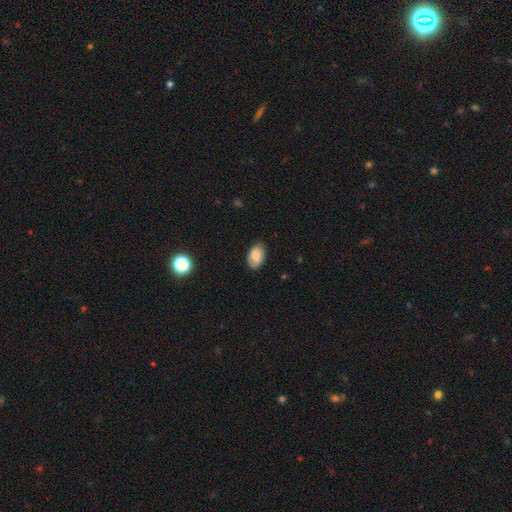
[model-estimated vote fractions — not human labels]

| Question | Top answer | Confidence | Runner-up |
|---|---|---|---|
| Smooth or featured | smooth | 79% | featured or disk (14%) |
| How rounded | in between | 92% | round (7%) |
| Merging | none | 85% | minor disturbance (12%) |